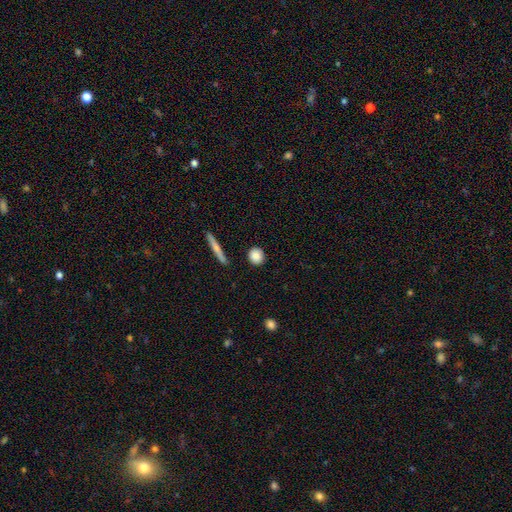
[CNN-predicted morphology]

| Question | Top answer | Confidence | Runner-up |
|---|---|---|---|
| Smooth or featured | smooth | 86% | star or artifact (7%) |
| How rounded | round | 83% | in between (14%) |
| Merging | none | 89% | minor disturbance (7%) |